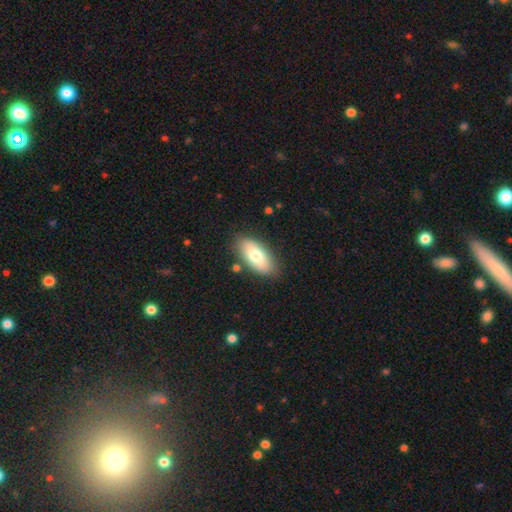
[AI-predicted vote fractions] Smooth or featured? smooth (72%)
How rounded? in between (90%)
Merging? none (83%)